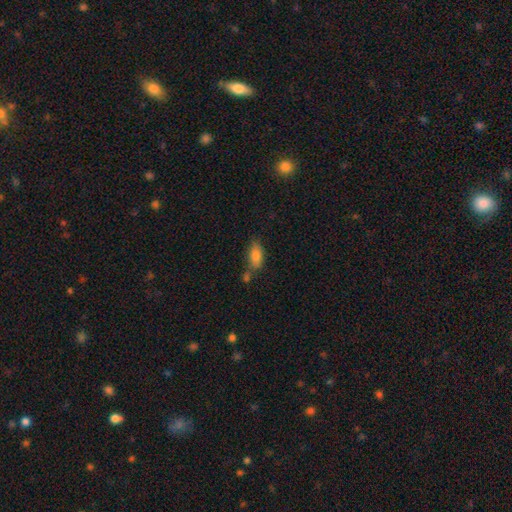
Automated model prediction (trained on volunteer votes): Smooth or featured? smooth (81%)
How rounded? in between (86%)
Merging? none (52%)